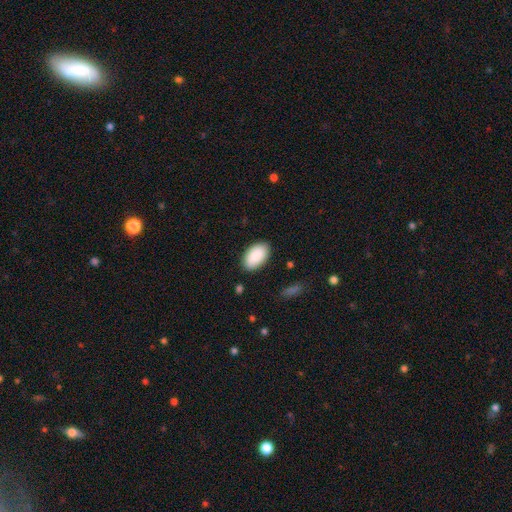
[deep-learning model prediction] smooth_or_featured: smooth (p=0.91) [alt: star or artifact p=0.06]
how_rounded: in between (p=0.95) [alt: round p=0.04]
merging: none (p=0.87) [alt: minor disturbance p=0.10]